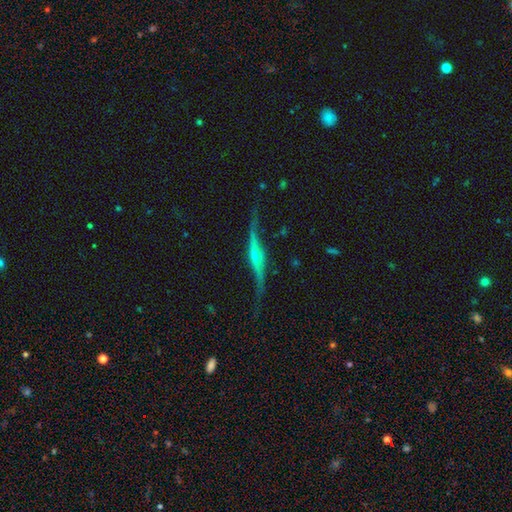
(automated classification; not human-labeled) smooth-or-featured: featured or disk: 84% | smooth: 11% | star or artifact: 6%
  disk-edge-on: yes: 91% | no: 9%
    edge-on-bulge: rounded: 84% | none: 9% | boxy: 8%
  merging: none: 72% | minor disturbance: 18% | major disturbance: 7% | merger: 2%